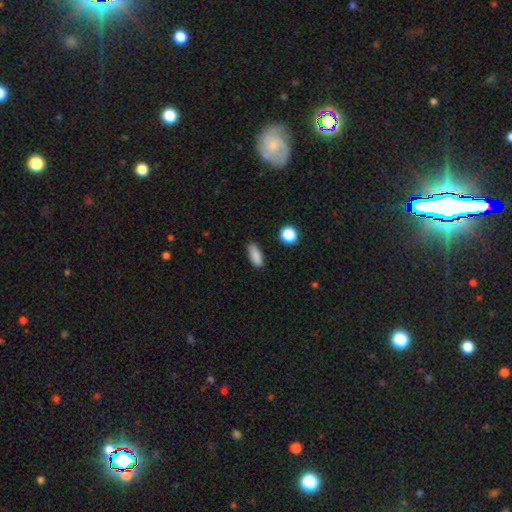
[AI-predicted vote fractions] A smooth galaxy with no disk features (87%) that is in between round and cigar-shaped (75%).

Vote fractions:
- Smooth or featured? smooth: 87% / star or artifact: 9% / featured or disk: 4%
- How rounded? in between: 75% / cigar-shaped: 21% / round: 4%
- Merging? none: 84% / minor disturbance: 12% / major disturbance: 3% / merger: 2%